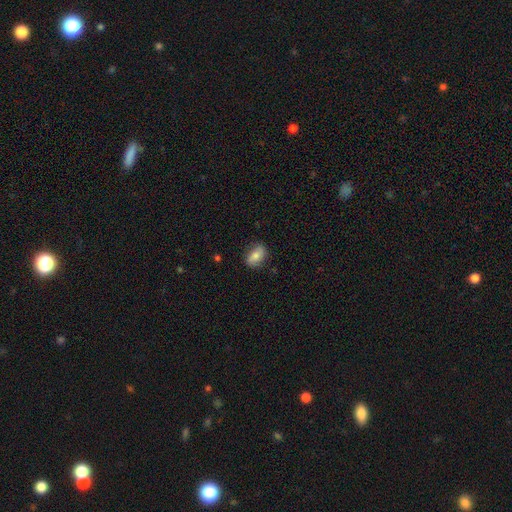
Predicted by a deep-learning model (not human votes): The model was most divided on "smooth or featured": smooth: 73%, featured or disk: 19%, star or artifact: 8%. More confident: how rounded — in between (84%); merging — none (77%).